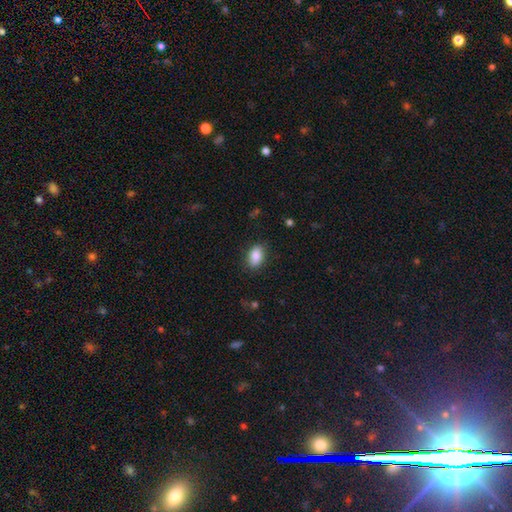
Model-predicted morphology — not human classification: Overall: smooth (87%). How rounded: in between (88%). Merging: none (84%).